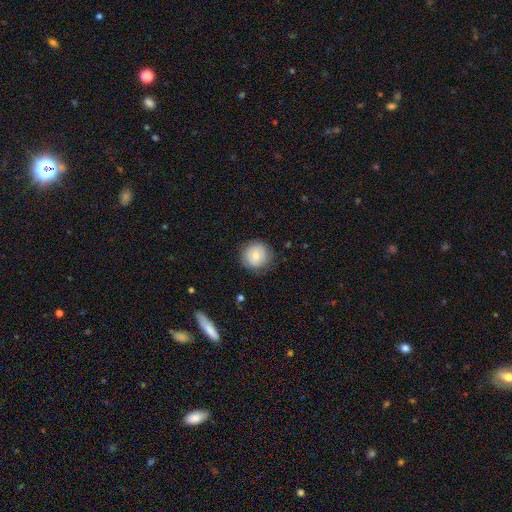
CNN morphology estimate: Smooth or featured? smooth (67%)
How rounded? round (92%)
Merging? none (81%)